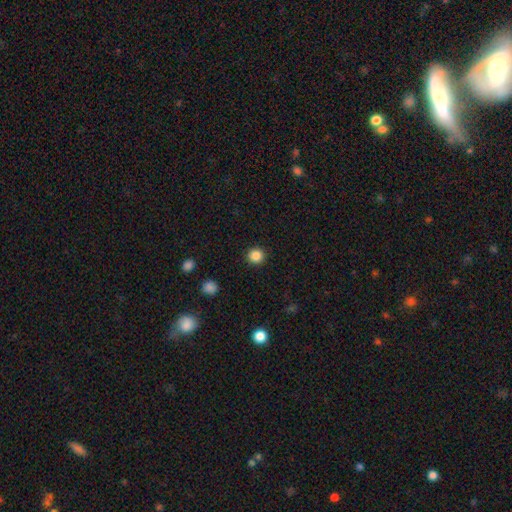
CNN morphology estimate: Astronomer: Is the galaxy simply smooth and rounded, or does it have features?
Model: smooth — 86%.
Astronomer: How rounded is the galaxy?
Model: round — 94%.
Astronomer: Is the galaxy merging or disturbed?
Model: none — 92%.